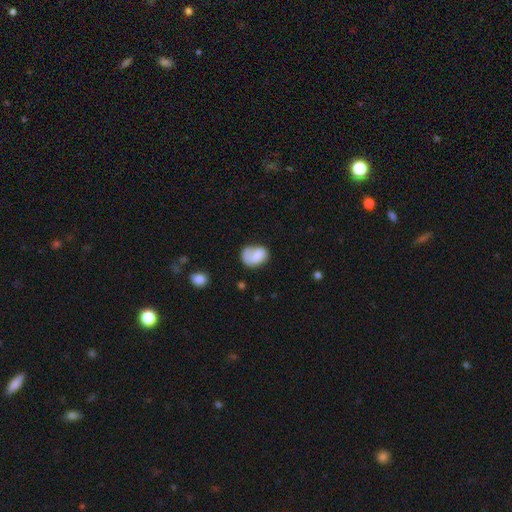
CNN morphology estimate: The model was most divided on "merging": none: 41%, minor disturbance: 28%, major disturbance: 24%, merger: 7%. More confident: how rounded — in between (70%); smooth or featured — smooth (65%).